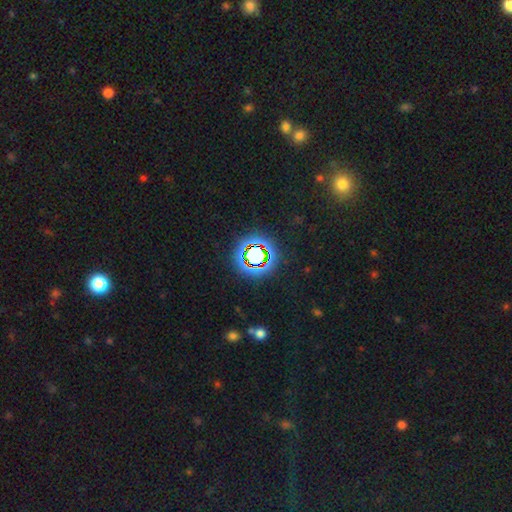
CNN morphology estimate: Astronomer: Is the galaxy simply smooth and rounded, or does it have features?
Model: star or artifact — 71%.